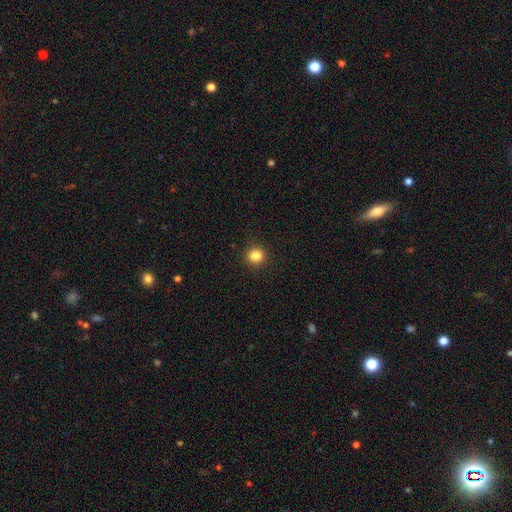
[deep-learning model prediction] Overall: smooth (84%). How rounded: round (88%). Merging: none (92%).